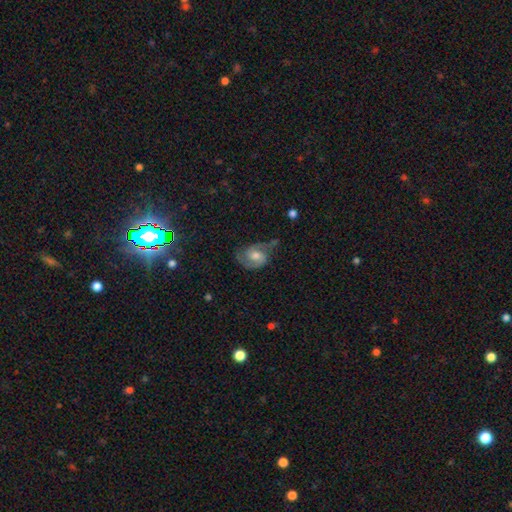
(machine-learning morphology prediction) This is likely a featured or disk galaxy (79%). It is clearly not viewed edge-on (97%). Bar: possibly no (53%). Spiral arm pattern: clearly yes (95%). Spiral arm count: clearly 2 (86%). Spiral winding: possibly medium (50%). Central bulge: likely moderate (65%). Merging: likely none (62%).